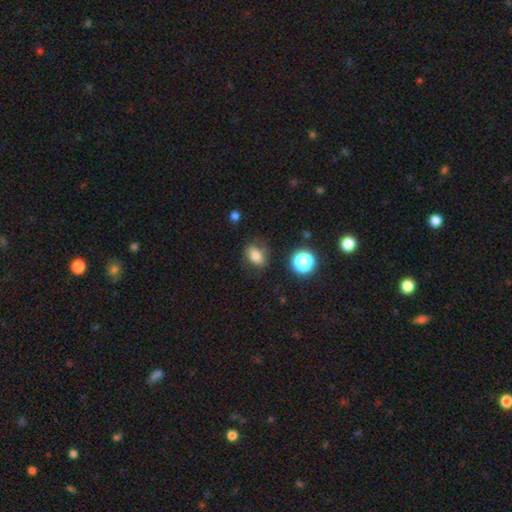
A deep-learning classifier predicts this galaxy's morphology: type=smooth (76%); roundness=in between (76%); merging=none (72%).